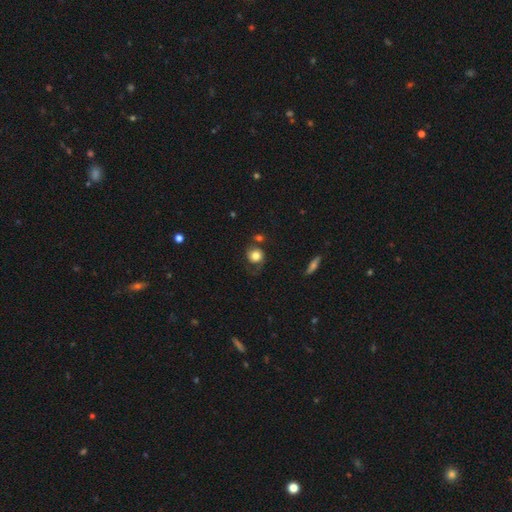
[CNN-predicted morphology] Smooth or featured?
  - smooth: 70% *
  - featured or disk: 21%
  - star or artifact: 9%
How rounded?
  - round: 80% *
  - in between: 19%
  - cigar-shaped: 1%
Merging?
  - none: 49% *
  - minor disturbance: 22%
  - major disturbance: 21%
  - merger: 8%